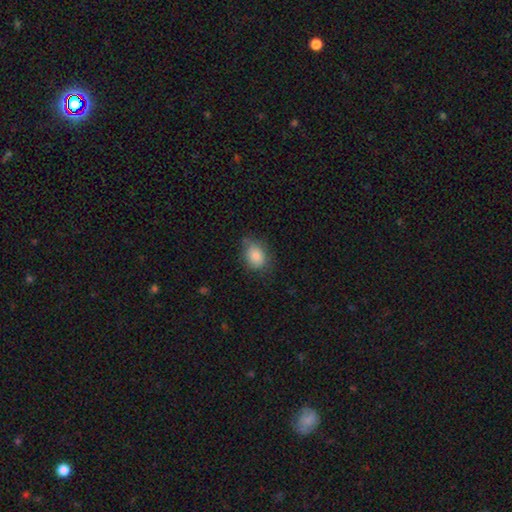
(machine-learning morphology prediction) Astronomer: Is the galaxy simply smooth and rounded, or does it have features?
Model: smooth — 84%.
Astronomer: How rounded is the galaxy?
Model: in between — 70%.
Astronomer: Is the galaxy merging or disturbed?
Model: none — 67%.